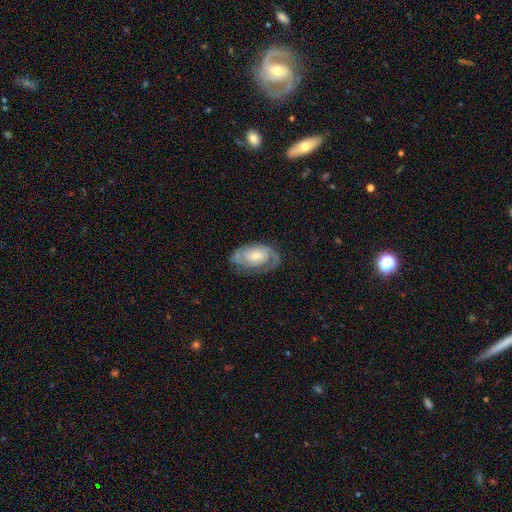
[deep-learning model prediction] A featured or disk galaxy (78%) with no bar (69%), 2 (65%) tight (59%) spiral arms (93%) and a moderate central bulge (46%).

Vote fractions:
- Smooth or featured? featured or disk: 78% / smooth: 17% / star or artifact: 5%
- Edge-on disk? no: 96% / yes: 4%
- Bar? no: 69% / weak: 26% / strong: 5%
- Spiral arms? yes: 93% / no: 7%
- Spiral winding? tight: 59% / medium: 32% / loose: 9%
- Spiral arm count? 2: 65% / can't tell: 16% / 1: 10% / 3: 5% / 4: 2% / more than 4: 2%
- Bulge size? moderate: 46% / small: 41% / large: 8% / none: 4% / dominant: 1%
- Merging? none: 71% / minor disturbance: 19% / major disturbance: 8% / merger: 1%